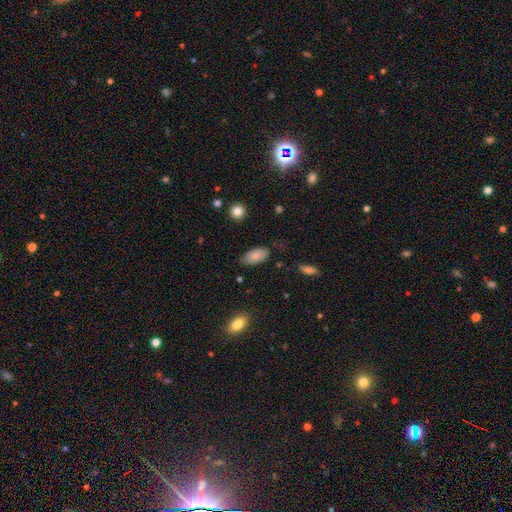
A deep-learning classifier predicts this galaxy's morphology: Q: Smooth or featured?
A: smooth (81%); runner-up: featured or disk (11%)
Q: How rounded?
A: in between (93%); runner-up: cigar-shaped (5%)
Q: Merging?
A: none (75%); runner-up: minor disturbance (18%)